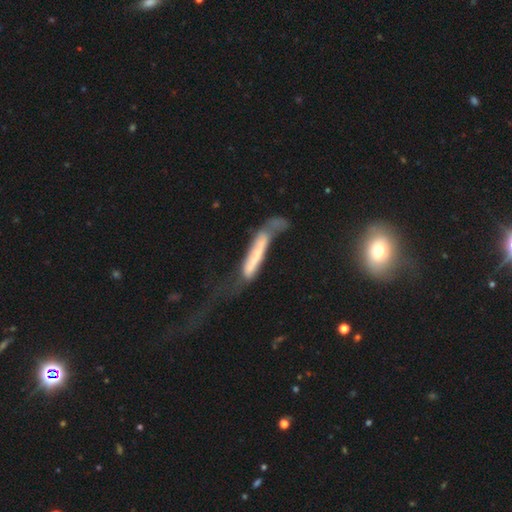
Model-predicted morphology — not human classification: smooth 50%, featured or disk 41%, star or artifact 9%. Down the decision tree: how rounded — cigar-shaped (89%); merging — major disturbance (46%).